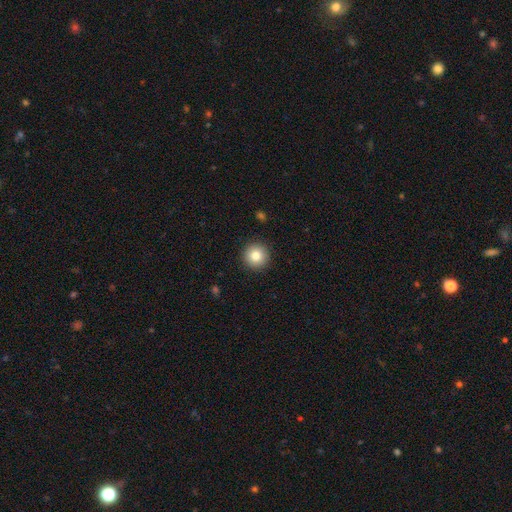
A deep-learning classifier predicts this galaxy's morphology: smooth_or_featured: smooth (p=0.82) [alt: star or artifact p=0.10]
how_rounded: round (p=0.96) [alt: in between p=0.03]
merging: none (p=0.92) [alt: minor disturbance p=0.05]